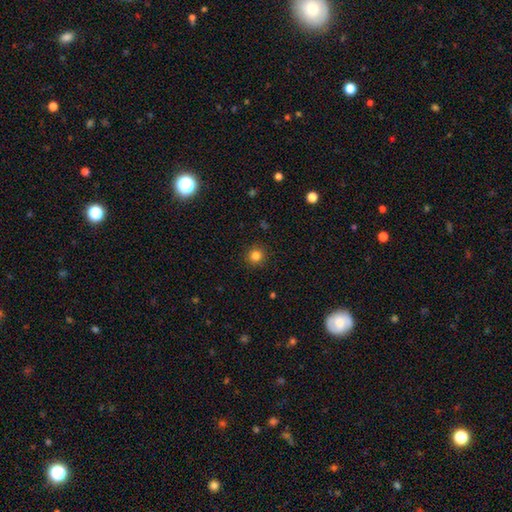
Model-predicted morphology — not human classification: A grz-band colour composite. It shows a smooth galaxy with no disk features (84%) that is round (93%). Merging: none (91%).